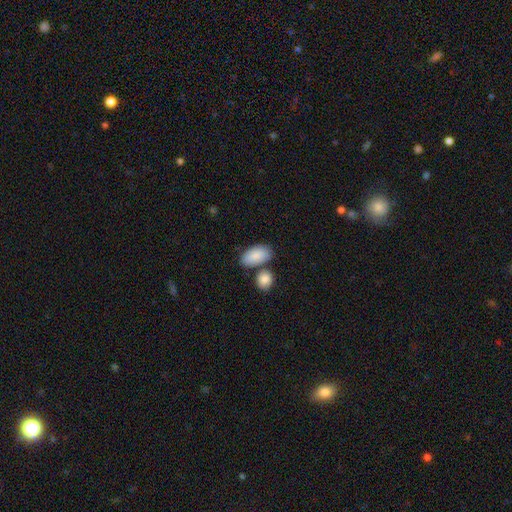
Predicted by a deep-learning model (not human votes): smooth-or-featured: smooth: 88% | featured or disk: 7% | star or artifact: 5%
  how-rounded: in between: 94% | round: 3% | cigar-shaped: 3%
  merging: none: 65% | merger: 17% | minor disturbance: 14% | major disturbance: 4%